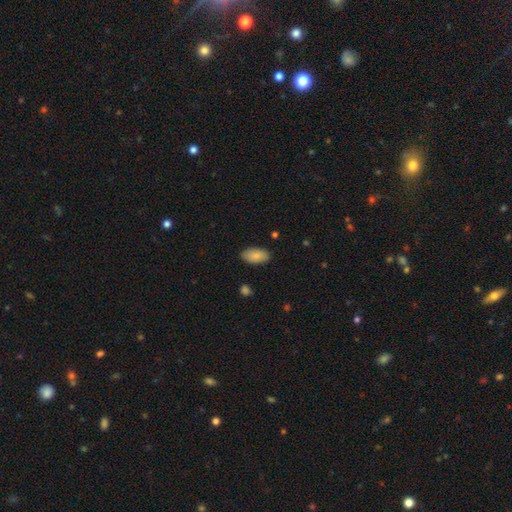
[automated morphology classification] smooth_or_featured: smooth (p=0.87) [alt: featured or disk p=0.07]
how_rounded: in between (p=0.94) [alt: cigar-shaped p=0.03]
merging: none (p=0.87) [alt: minor disturbance p=0.10]